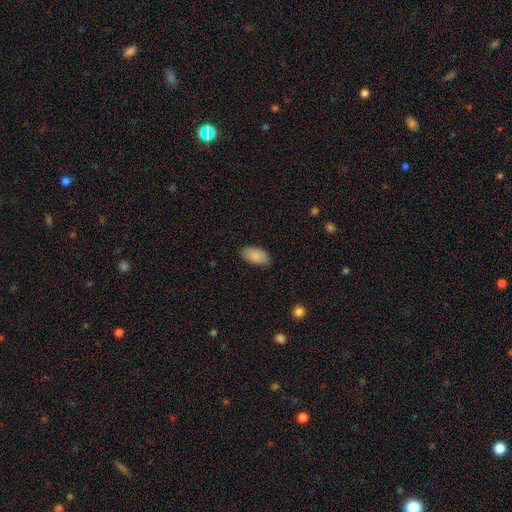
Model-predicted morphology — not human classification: This is clearly a smooth galaxy (87%). How rounded: clearly in between (94%). Merging: likely none (77%).